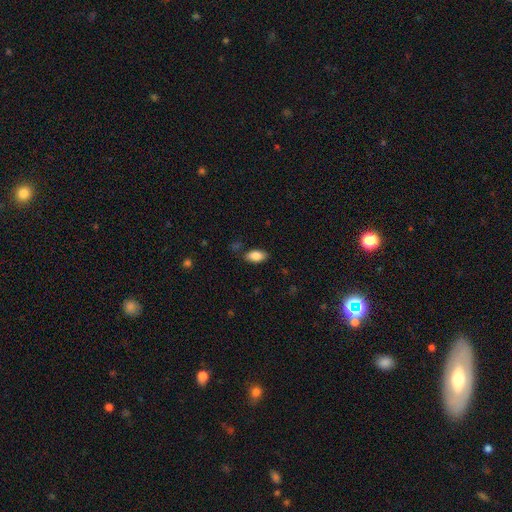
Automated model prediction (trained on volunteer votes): This is clearly a smooth galaxy (85%). How rounded: clearly in between (92%). Merging: clearly none (83%).